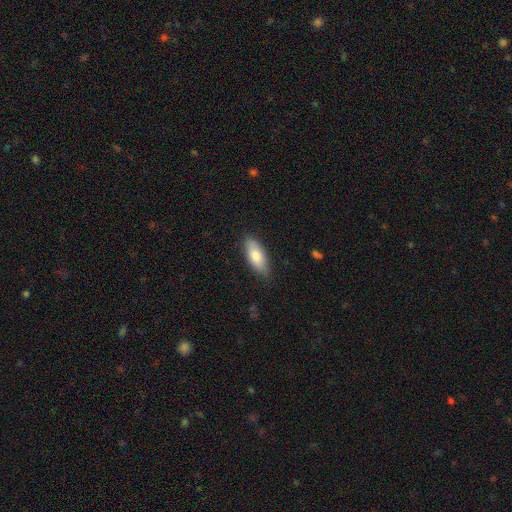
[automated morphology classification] The model was most divided on "how rounded": in between: 78%, cigar-shaped: 20%, round: 2%. More confident: merging — none (81%); smooth or featured — smooth (78%).